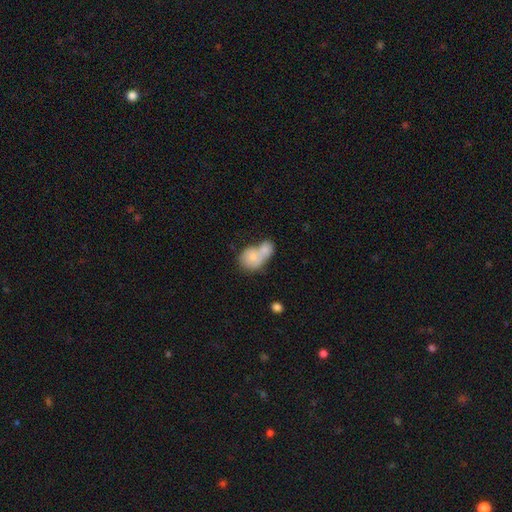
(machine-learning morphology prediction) smooth_or_featured: smooth (p=0.71) [alt: featured or disk p=0.22]
how_rounded: round (p=0.52) [alt: in between p=0.46]
merging: merger (p=0.71) [alt: none p=0.17]